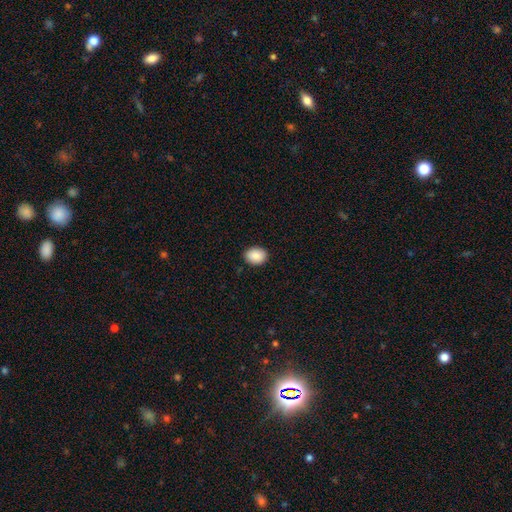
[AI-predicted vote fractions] Smooth or featured?
  - smooth: 89% *
  - star or artifact: 7%
  - featured or disk: 3%
How rounded?
  - in between: 61% *
  - round: 38%
  - cigar-shaped: 1%
Merging?
  - none: 89% *
  - minor disturbance: 8%
  - major disturbance: 2%
  - merger: 1%